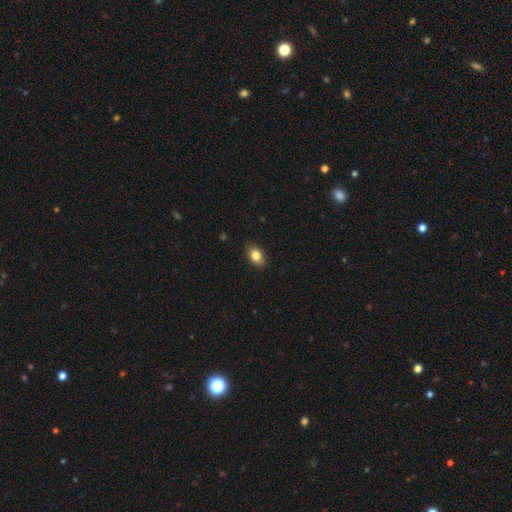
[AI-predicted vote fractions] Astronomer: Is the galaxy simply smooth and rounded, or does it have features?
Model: smooth — 83%.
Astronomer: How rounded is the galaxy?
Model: in between — 83%.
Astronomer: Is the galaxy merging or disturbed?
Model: none — 86%.